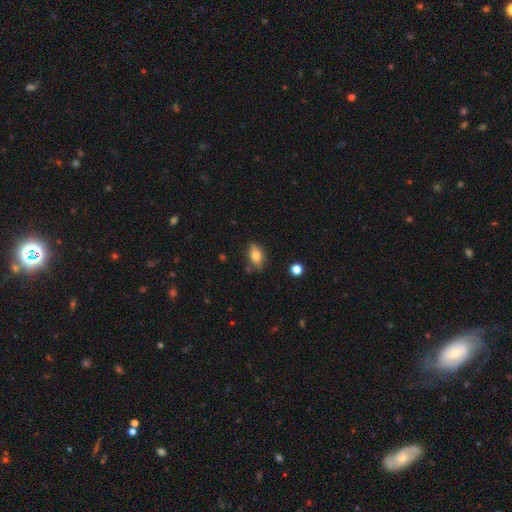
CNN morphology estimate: smooth_or_featured: smooth (p=0.71) [alt: featured or disk p=0.21]
how_rounded: in between (p=0.82) [alt: round p=0.11]
merging: none (p=0.76) [alt: minor disturbance p=0.17]